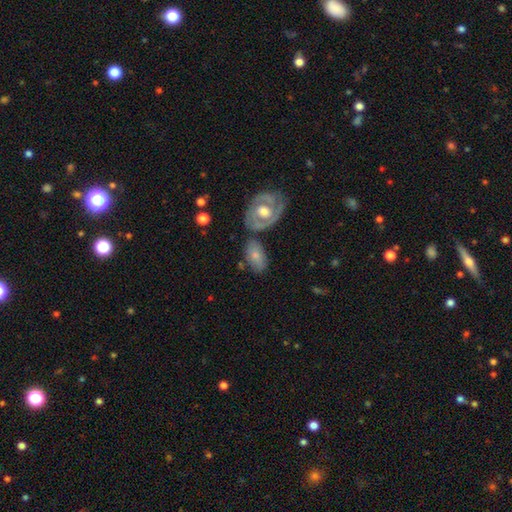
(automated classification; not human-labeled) A smooth galaxy with no disk features (61%) that is in between round and cigar-shaped (90%). Merging: none (64%).